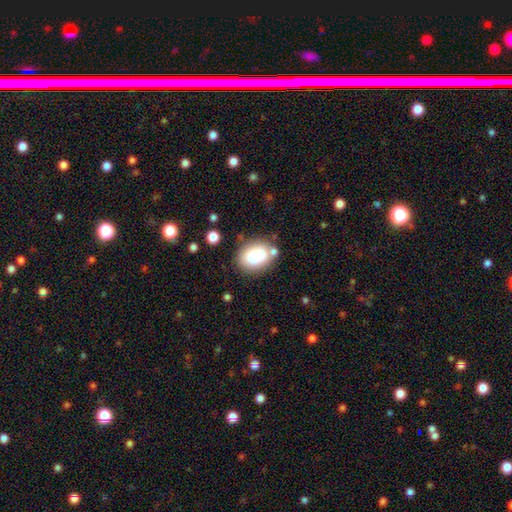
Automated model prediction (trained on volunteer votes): Smooth or featured?
  - smooth: 81% *
  - featured or disk: 10%
  - star or artifact: 9%
How rounded?
  - in between: 68% *
  - round: 31%
  - cigar-shaped: 1%
Merging?
  - none: 62% *
  - minor disturbance: 17%
  - merger: 14%
  - major disturbance: 7%